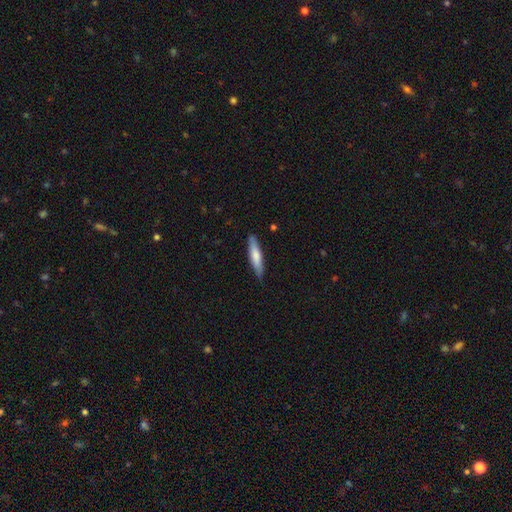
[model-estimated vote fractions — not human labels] A smooth galaxy with no disk features (71%) that is cigar-shaped (82%).

Vote fractions:
- Smooth or featured? smooth: 71% / featured or disk: 24% / star or artifact: 5%
- How rounded? cigar-shaped: 82% / in between: 17% / round: 1%
- Merging? none: 86% / minor disturbance: 11% / major disturbance: 2% / merger: 1%